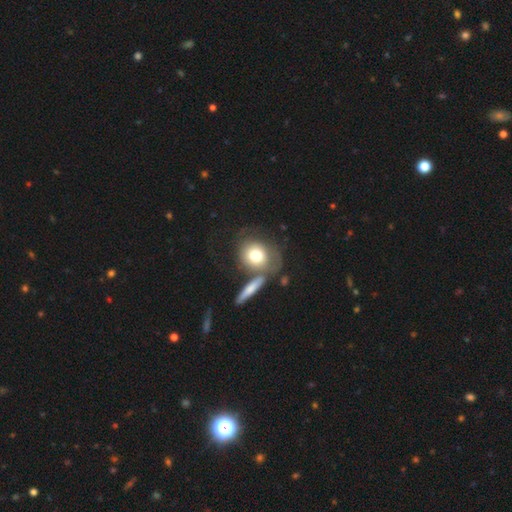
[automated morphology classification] This appears to be a smooth galaxy with no disk features (69%) that is round (67%). Merging: none (47%).